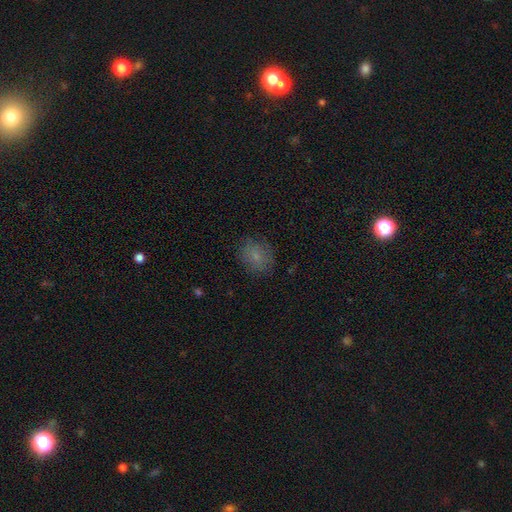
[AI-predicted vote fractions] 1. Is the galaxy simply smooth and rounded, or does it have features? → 76% smooth, 12% featured or disk, 12% star or artifact.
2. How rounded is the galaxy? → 60% round, 38% in between, 1% cigar-shaped.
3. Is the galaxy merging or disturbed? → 80% none, 14% minor disturbance, 5% major disturbance, 1% merger.